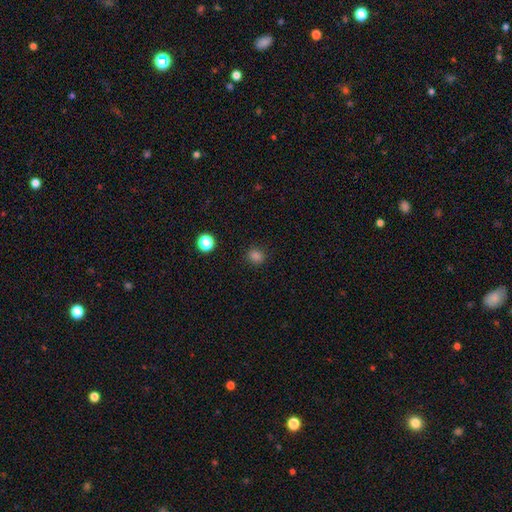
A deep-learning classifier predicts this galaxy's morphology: Smooth or featured: smooth — 80% (star or artifact — 16%)
How rounded: round — 71% (in between — 27%)
Merging: none — 87% (minor disturbance — 9%)